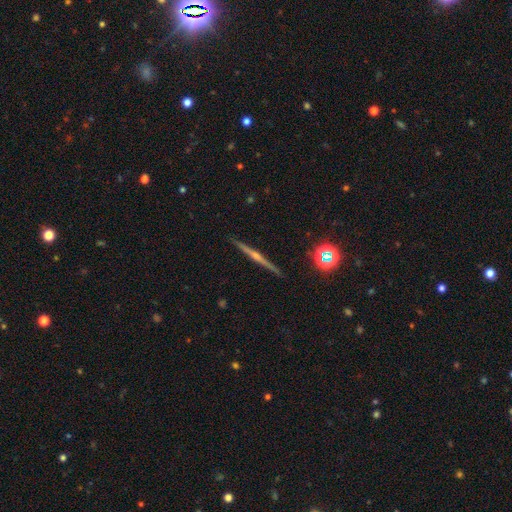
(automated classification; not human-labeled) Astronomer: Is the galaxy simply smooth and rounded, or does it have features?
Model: featured or disk — 78%.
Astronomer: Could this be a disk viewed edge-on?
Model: yes — 98%.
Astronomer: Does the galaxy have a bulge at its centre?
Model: rounded — 79%.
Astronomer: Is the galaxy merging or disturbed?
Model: none — 91%.